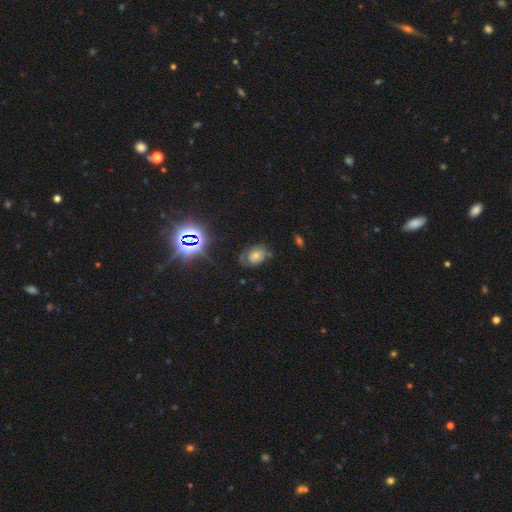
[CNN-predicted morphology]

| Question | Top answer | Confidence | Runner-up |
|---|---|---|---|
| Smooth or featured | smooth | 42% | featured or disk (33%) |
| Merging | none | 60% | minor disturbance (26%) |